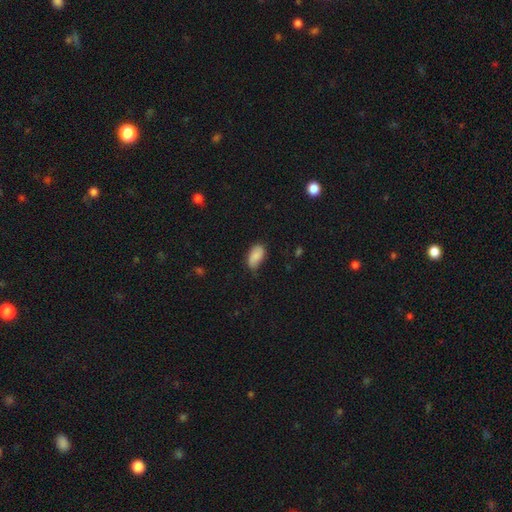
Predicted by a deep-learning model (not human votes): Q: Smooth or featured?
A: smooth (85%); runner-up: featured or disk (8%)
Q: How rounded?
A: in between (94%); runner-up: round (4%)
Q: Merging?
A: none (63%); runner-up: minor disturbance (30%)